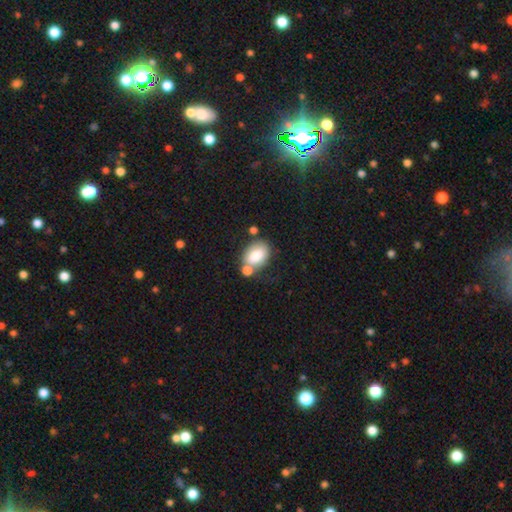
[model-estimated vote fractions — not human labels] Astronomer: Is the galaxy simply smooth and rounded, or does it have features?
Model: smooth — 79%.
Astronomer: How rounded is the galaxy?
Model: in between — 83%.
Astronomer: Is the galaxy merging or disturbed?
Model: none — 48% (runner-up: merger, 28%).